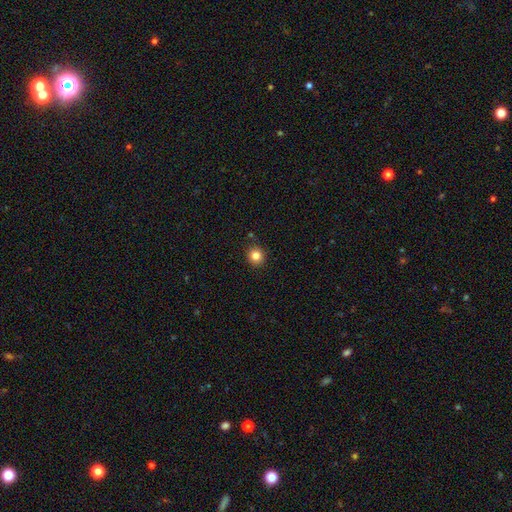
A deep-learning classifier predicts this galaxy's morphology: Smooth or featured?
  - smooth: 83% *
  - star or artifact: 12%
  - featured or disk: 5%
How rounded?
  - round: 90% *
  - in between: 9%
  - cigar-shaped: 1%
Merging?
  - none: 89% *
  - minor disturbance: 7%
  - merger: 2%
  - major disturbance: 2%